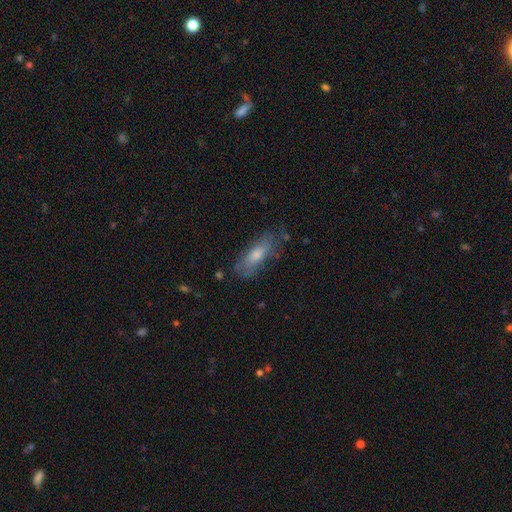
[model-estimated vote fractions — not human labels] Morphology: type=smooth (54%); roundness=in between (60%); merging=none (63%).